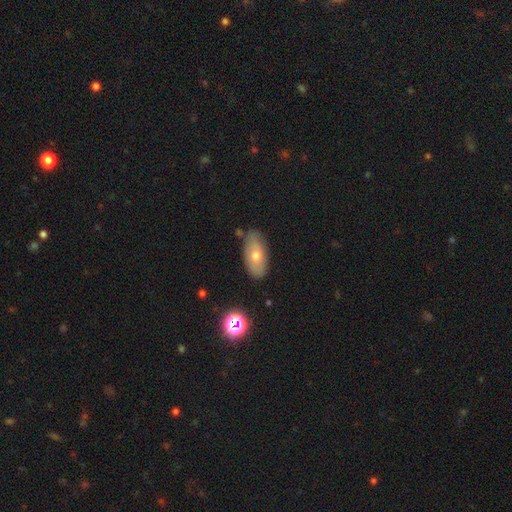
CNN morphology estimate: The model was most divided on "smooth or featured": smooth: 62%, featured or disk: 28%, star or artifact: 10%. More confident: how rounded — in between (88%); merging — none (79%).